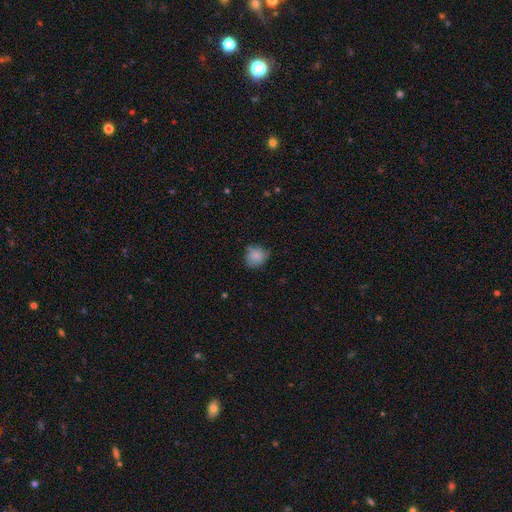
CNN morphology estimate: Q: Smooth or featured?
A: smooth (83%); runner-up: star or artifact (9%)
Q: How rounded?
A: round (77%); runner-up: in between (22%)
Q: Merging?
A: none (69%); runner-up: minor disturbance (24%)